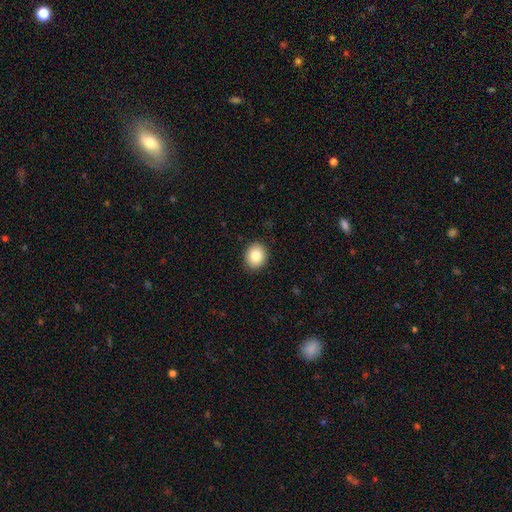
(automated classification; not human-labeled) Smooth or featured: smooth — 83% (star or artifact — 9%)
How rounded: round — 64% (in between — 35%)
Merging: none — 90% (minor disturbance — 7%)